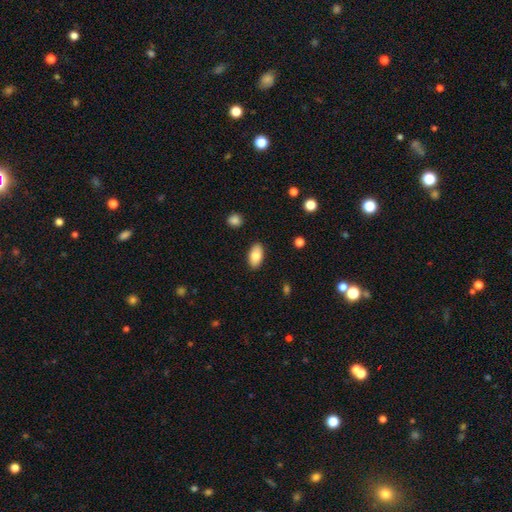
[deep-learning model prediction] smooth-or-featured: smooth: 83% | featured or disk: 10% | star or artifact: 7%
  how-rounded: in between: 94% | round: 4% | cigar-shaped: 3%
  merging: none: 88% | minor disturbance: 9% | major disturbance: 2% | merger: 1%